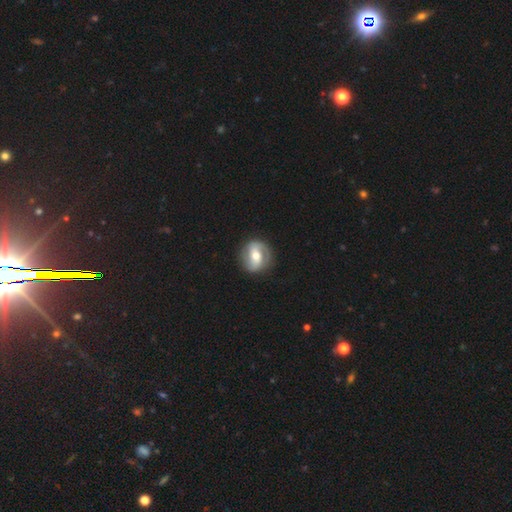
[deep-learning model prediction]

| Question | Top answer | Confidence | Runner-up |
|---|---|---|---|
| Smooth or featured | featured or disk | 71% | smooth (24%) |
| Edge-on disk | no | 97% | yes (3%) |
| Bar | weak | 37% | strong (36%) |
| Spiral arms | yes | 83% | no (17%) |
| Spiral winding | medium | 42% | tight (36%) |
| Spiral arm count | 2 | 85% | can't tell (7%) |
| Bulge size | moderate | 70% | small (21%) |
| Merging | none | 84% | minor disturbance (11%) |